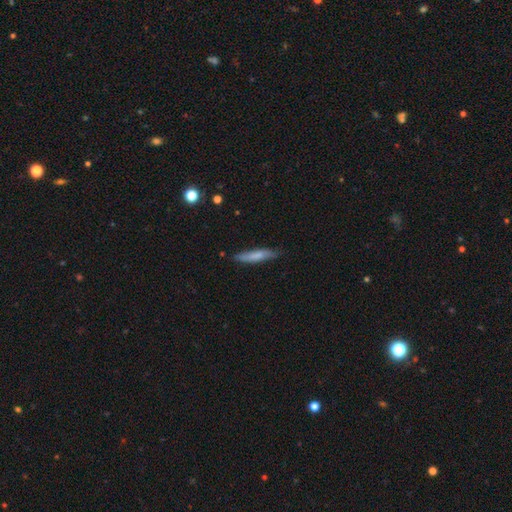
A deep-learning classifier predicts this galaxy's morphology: The model was most divided on "smooth or featured": smooth: 72%, featured or disk: 22%, star or artifact: 6%. More confident: how rounded — cigar-shaped (87%); merging — none (80%).